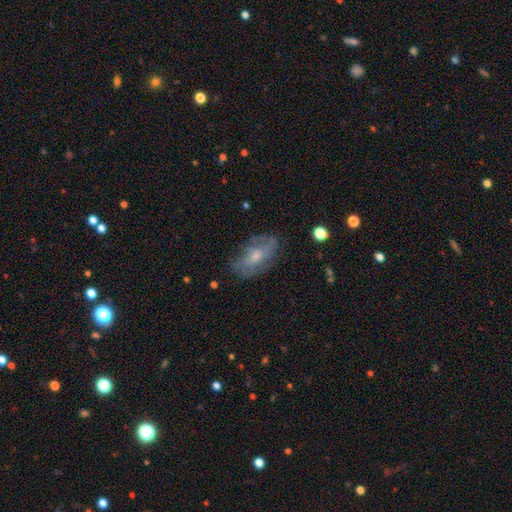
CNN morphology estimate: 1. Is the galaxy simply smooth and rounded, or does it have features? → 55% featured or disk, 36% smooth, 9% star or artifact.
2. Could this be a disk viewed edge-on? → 88% no, 12% yes.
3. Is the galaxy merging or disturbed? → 70% none, 21% minor disturbance, 8% major disturbance, 2% merger.